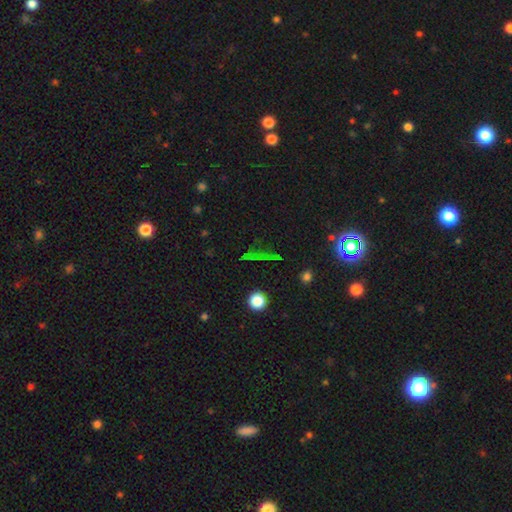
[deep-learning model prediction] star or artifact 61%, smooth 26%, featured or disk 14%.